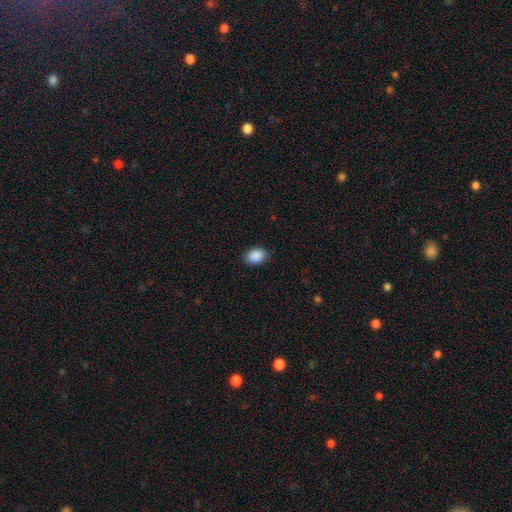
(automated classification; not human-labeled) smooth-or-featured: smooth: 90% | star or artifact: 8% | featured or disk: 3%
  how-rounded: in between: 71% | round: 28% | cigar-shaped: 1%
  merging: none: 87% | minor disturbance: 10% | major disturbance: 2% | merger: 1%